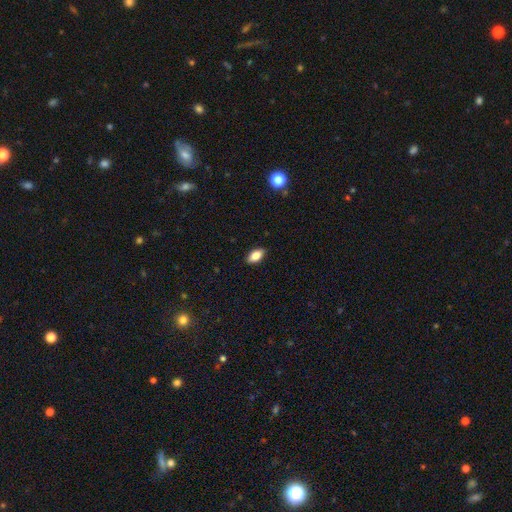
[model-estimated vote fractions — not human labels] smooth_or_featured: smooth (p=0.81) [alt: featured or disk p=0.12]
how_rounded: in between (p=0.90) [alt: cigar-shaped p=0.06]
merging: none (p=0.88) [alt: minor disturbance p=0.09]